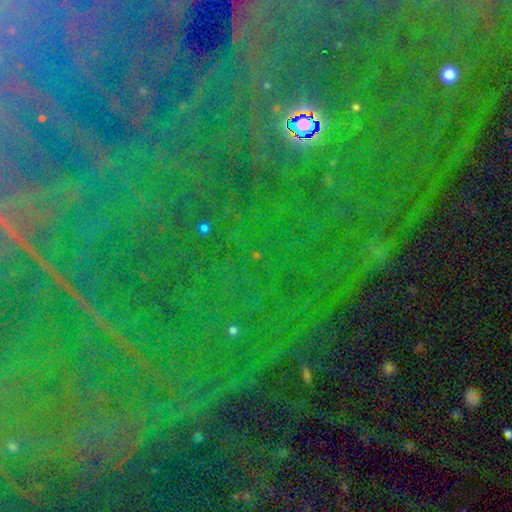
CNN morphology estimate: This appears to be a star or artifact, not a galaxy (80%).